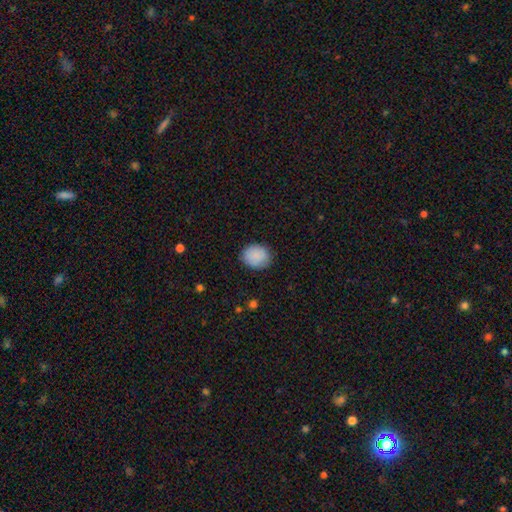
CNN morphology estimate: Smooth or featured? Predicted: smooth (p=0.89). How rounded? Predicted: round (p=0.56). Merging? Predicted: none (p=0.84).